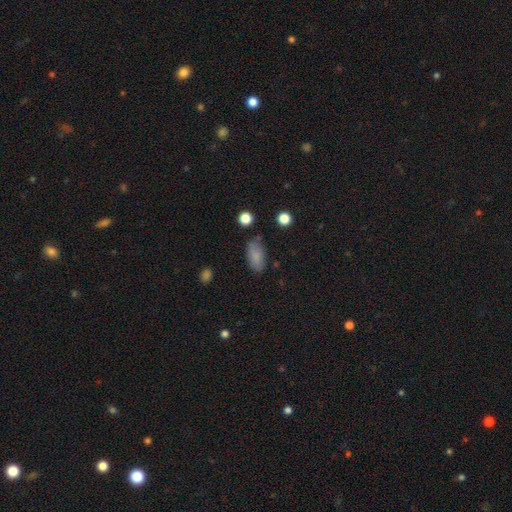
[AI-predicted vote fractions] Q: Smooth or featured?
A: smooth (83%); runner-up: star or artifact (8%)
Q: How rounded?
A: in between (91%); runner-up: cigar-shaped (5%)
Q: Merging?
A: none (74%); runner-up: minor disturbance (18%)